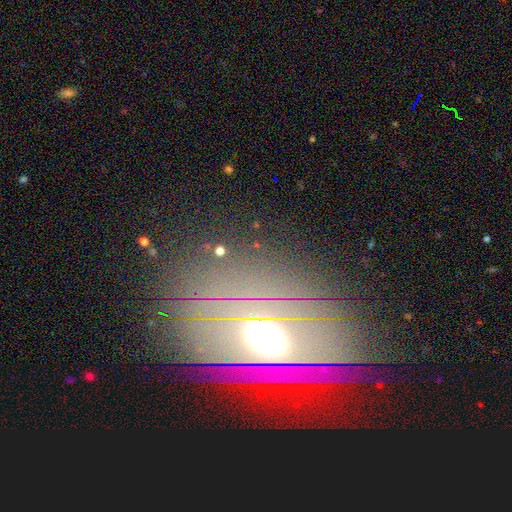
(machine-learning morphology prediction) Overall: featured or disk (59%; star or artifact 24%). Edge-on disk: no (82%). Merging: none (78%).